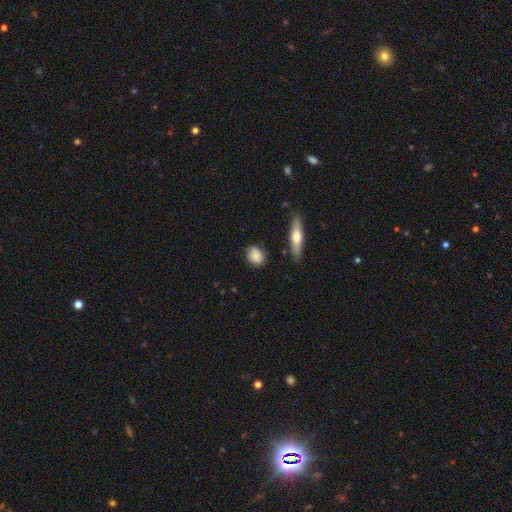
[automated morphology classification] A smooth galaxy with no disk features (74%) that is round (58%). Merging: none (78%).